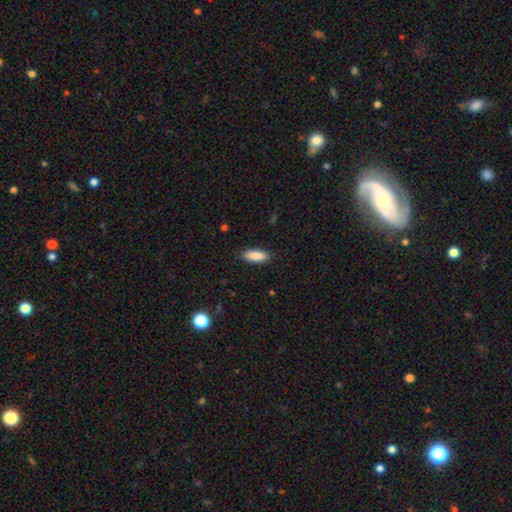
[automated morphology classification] Smooth or featured?
  - smooth: 89% *
  - star or artifact: 6%
  - featured or disk: 5%
How rounded?
  - in between: 77% *
  - cigar-shaped: 21%
  - round: 2%
Merging?
  - none: 88% *
  - minor disturbance: 9%
  - major disturbance: 2%
  - merger: 1%